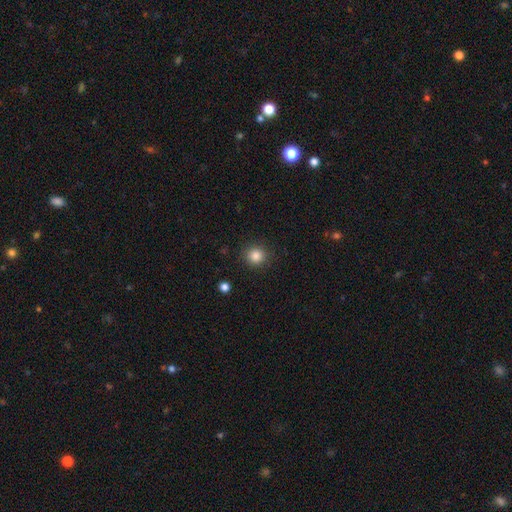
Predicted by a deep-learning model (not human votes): Smooth or featured?
  - smooth: 85% *
  - star or artifact: 11%
  - featured or disk: 4%
How rounded?
  - round: 90% *
  - in between: 9%
  - cigar-shaped: 1%
Merging?
  - none: 89% *
  - minor disturbance: 7%
  - major disturbance: 3%
  - merger: 1%